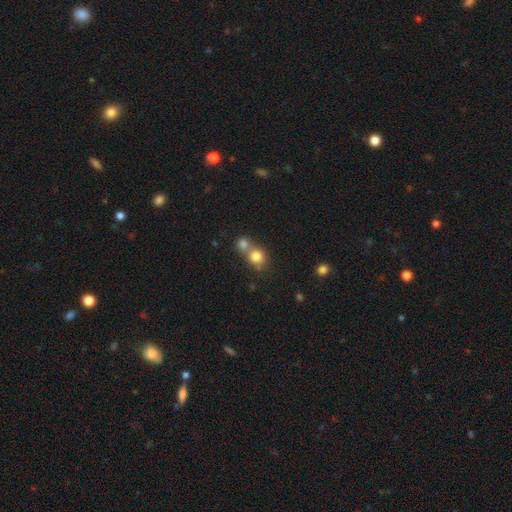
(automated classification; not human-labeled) Smooth or featured? Predicted: smooth (p=0.77). How rounded? Predicted: round (p=0.81). Merging? Predicted: merger (p=0.49).